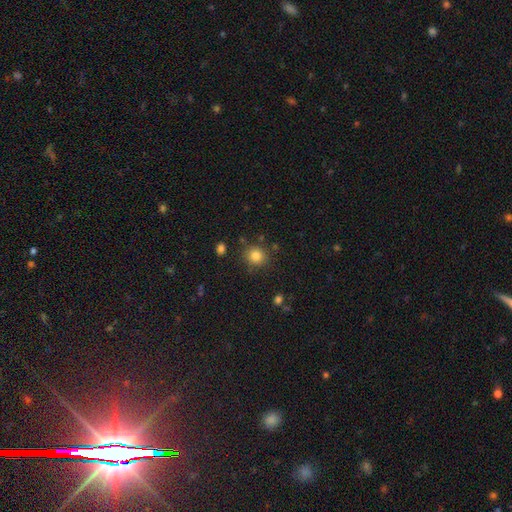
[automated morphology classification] Smooth or featured: smooth — 84% (star or artifact — 11%)
How rounded: round — 86% (in between — 13%)
Merging: none — 83% (minor disturbance — 10%)